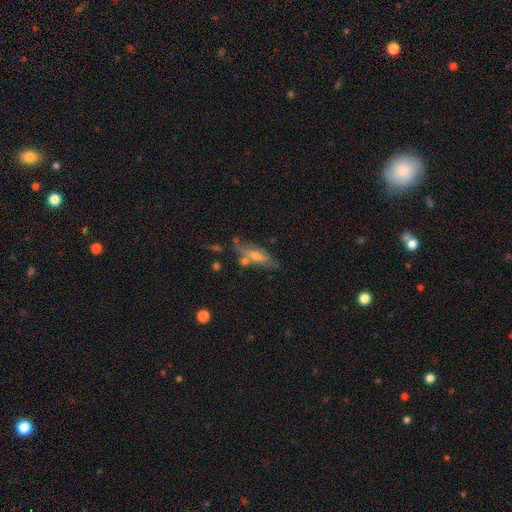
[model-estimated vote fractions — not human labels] featured or disk 55%, smooth 34%, star or artifact 11%. Down the decision tree: edge-on disk — yes (52%); merging — none (58%).